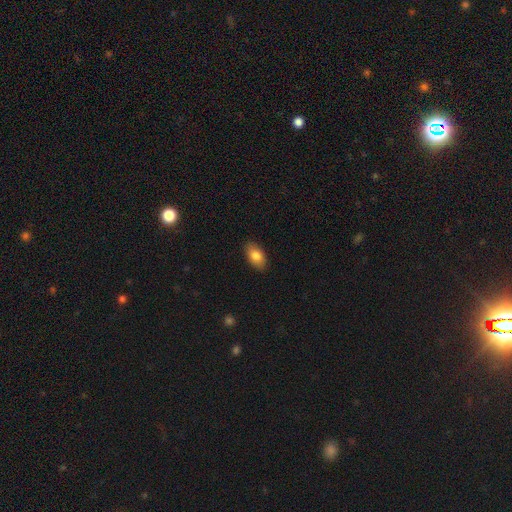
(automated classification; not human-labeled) Smooth or featured? smooth (85%)
How rounded? in between (92%)
Merging? none (87%)